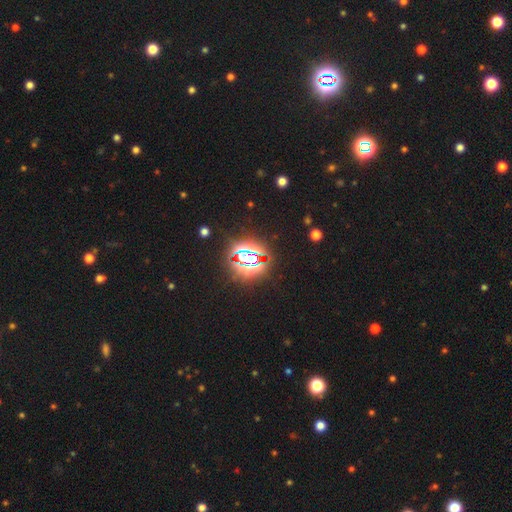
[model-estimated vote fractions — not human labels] This is clearly a star or artifact rather than a galaxy (83%).